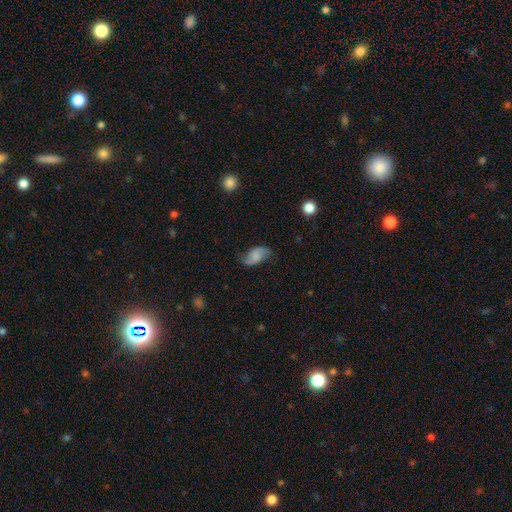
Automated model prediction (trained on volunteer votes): This appears to be a featured or disk galaxy (49%). Merging: none (70%).